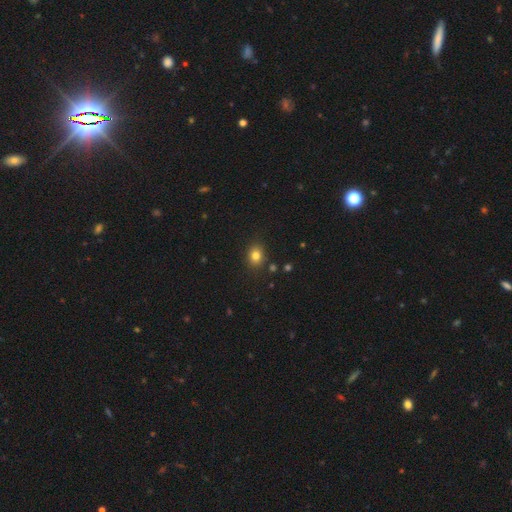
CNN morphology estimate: This is clearly a smooth galaxy (80%). How rounded: possibly round (56%). Merging: clearly none (85%).